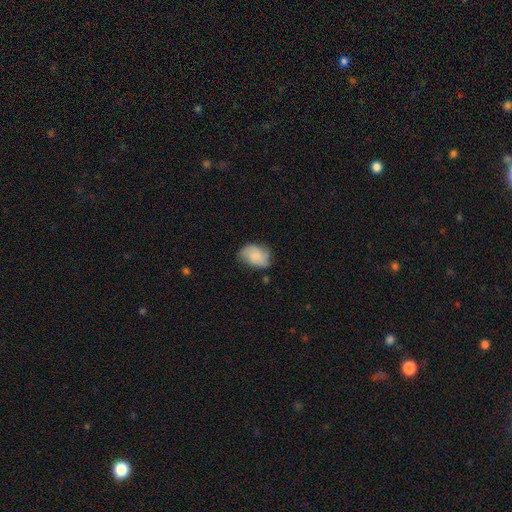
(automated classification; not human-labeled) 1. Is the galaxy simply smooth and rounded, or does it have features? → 69% smooth, 24% featured or disk, 8% star or artifact.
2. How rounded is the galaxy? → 80% in between, 19% round, 1% cigar-shaped.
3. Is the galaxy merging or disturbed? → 58% none, 32% minor disturbance, 8% major disturbance, 2% merger.